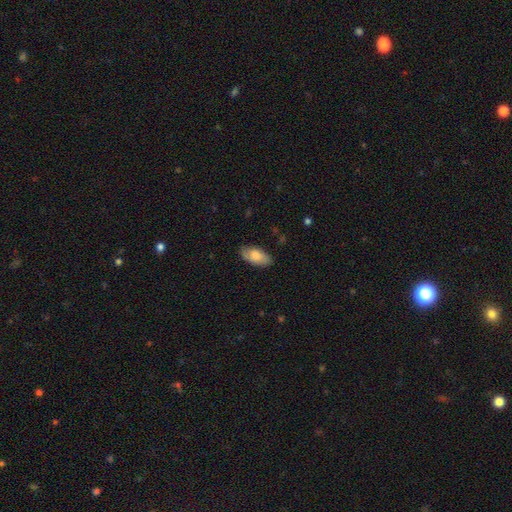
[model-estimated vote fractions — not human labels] Smooth or featured? smooth (72%)
How rounded? in between (93%)
Merging? none (79%)